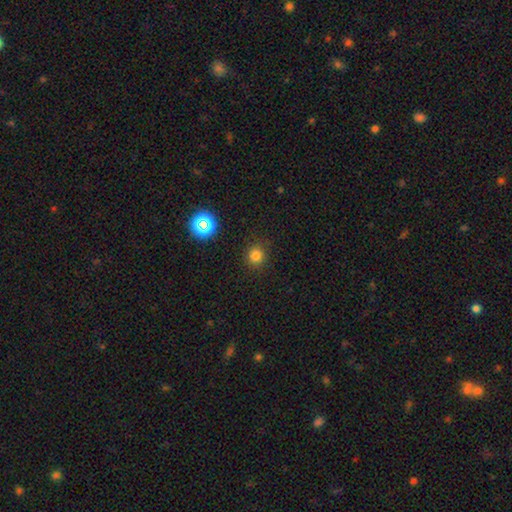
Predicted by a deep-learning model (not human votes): The model was most divided on "smooth or featured": smooth: 78%, star or artifact: 17%, featured or disk: 5%. More confident: how rounded — round (91%); merging — none (88%).